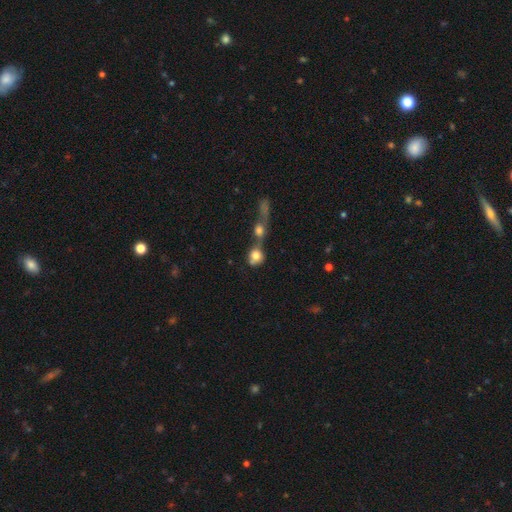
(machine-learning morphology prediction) Q: Smooth or featured?
A: smooth (72%); runner-up: featured or disk (17%)
Q: How rounded?
A: round (72%); runner-up: in between (25%)
Q: Merging?
A: merger (67%); runner-up: none (19%)